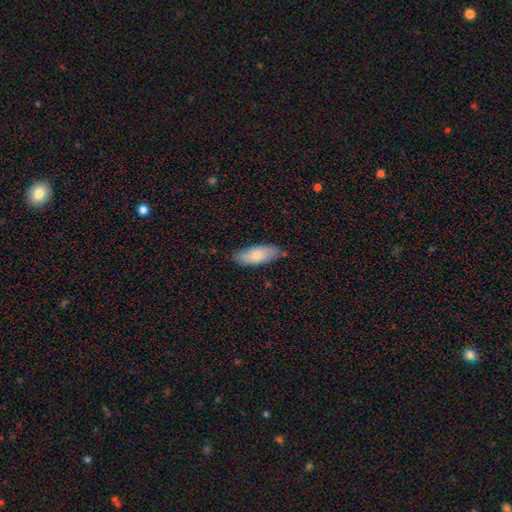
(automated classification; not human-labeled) Q: Smooth or featured?
A: smooth (79%); runner-up: featured or disk (16%)
Q: How rounded?
A: in between (73%); runner-up: cigar-shaped (26%)
Q: Merging?
A: none (82%); runner-up: minor disturbance (14%)